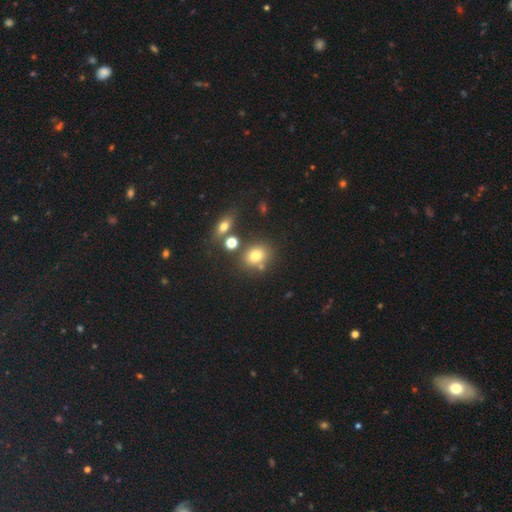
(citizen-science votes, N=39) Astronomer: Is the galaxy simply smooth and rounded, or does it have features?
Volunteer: smooth — 79%.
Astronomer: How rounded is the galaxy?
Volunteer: in between — 61% (runner-up: round, 39%).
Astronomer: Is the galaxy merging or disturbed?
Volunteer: none — 60%.